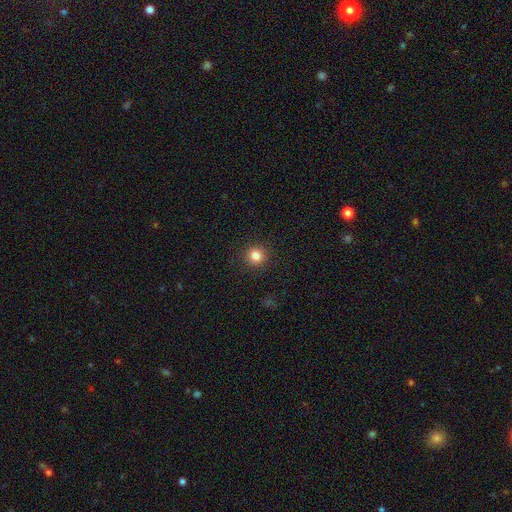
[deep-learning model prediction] Overall: smooth (83%). How rounded: round (94%). Merging: none (92%).